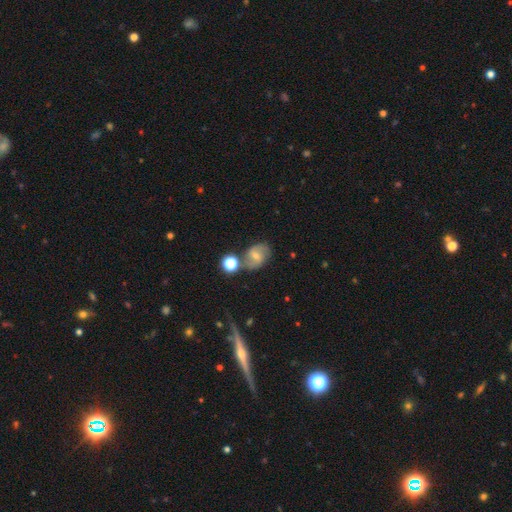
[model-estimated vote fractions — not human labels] A featured or disk galaxy (57%) with a weak bar (49%), spiral arms (85%) and a small central bulge (54%). Merging: none (67%).